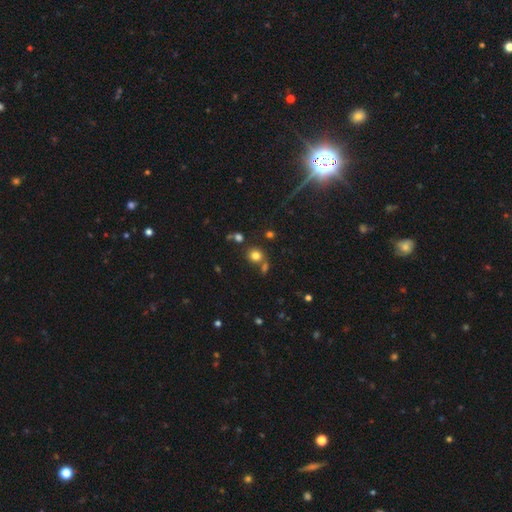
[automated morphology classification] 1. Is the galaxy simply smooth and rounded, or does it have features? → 77% smooth, 15% star or artifact, 7% featured or disk.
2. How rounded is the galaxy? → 81% round, 18% in between, 1% cigar-shaped.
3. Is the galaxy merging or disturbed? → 70% none, 17% merger, 10% minor disturbance, 4% major disturbance.